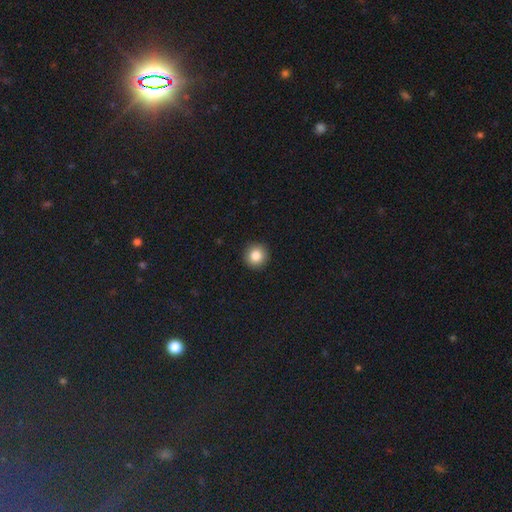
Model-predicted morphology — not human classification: smooth_or_featured: smooth (p=0.84) [alt: star or artifact p=0.10]
how_rounded: round (p=0.94) [alt: in between p=0.05]
merging: none (p=0.93) [alt: minor disturbance p=0.05]